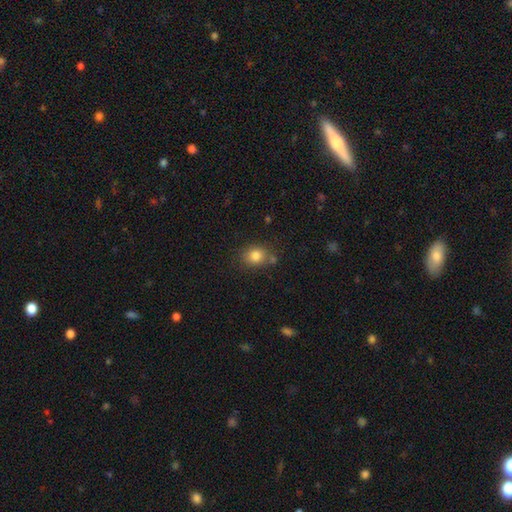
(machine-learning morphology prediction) smooth_or_featured: smooth (p=0.82) [alt: star or artifact p=0.11]
how_rounded: round (p=0.64) [alt: in between p=0.35]
merging: none (p=0.70) [alt: minor disturbance p=0.16]